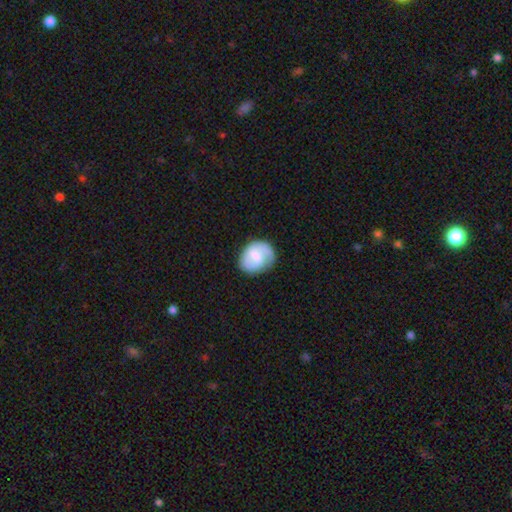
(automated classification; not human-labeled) Smooth or featured? smooth (51%)
How rounded? round (57%)
Merging? none (66%)